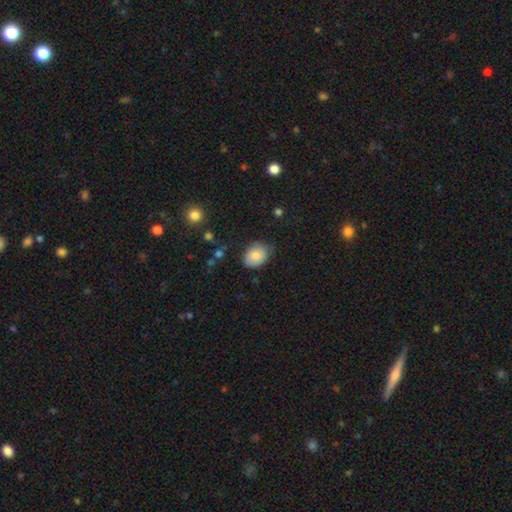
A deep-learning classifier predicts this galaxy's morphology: type=smooth (83%); roundness=in between (70%); merging=none (70%).